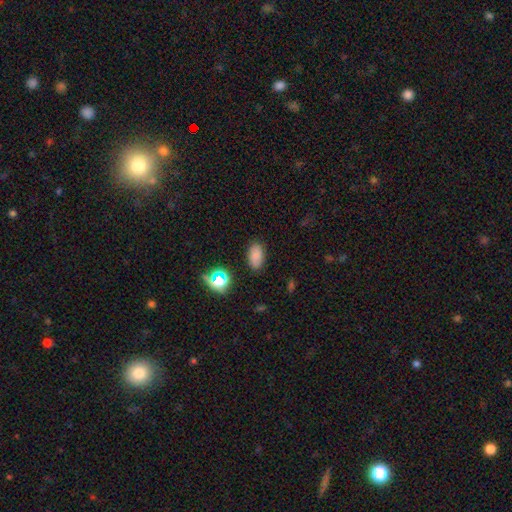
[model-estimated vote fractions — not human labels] Smooth or featured? Predicted: smooth (p=0.78). How rounded? Predicted: in between (p=0.91). Merging? Predicted: none (p=0.84).